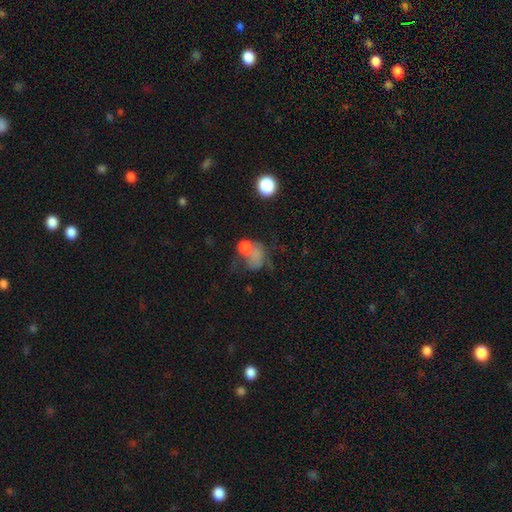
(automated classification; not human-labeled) A smooth galaxy with no disk features (61%) that is in between round and cigar-shaped (50%).

Vote fractions:
- Smooth or featured? smooth: 61% / featured or disk: 23% / star or artifact: 16%
- How rounded? in between: 50% / round: 49% / cigar-shaped: 1%
- Merging? major disturbance: 32% / merger: 30% / none: 23% / minor disturbance: 15%